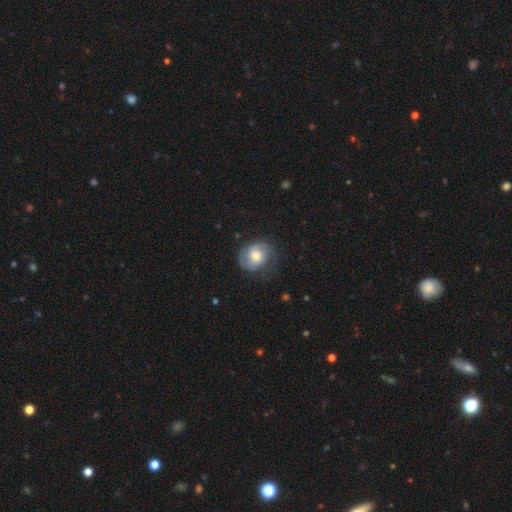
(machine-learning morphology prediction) Smooth or featured: featured or disk — 48% (smooth — 44%)
Merging: none — 62% (minor disturbance — 24%)